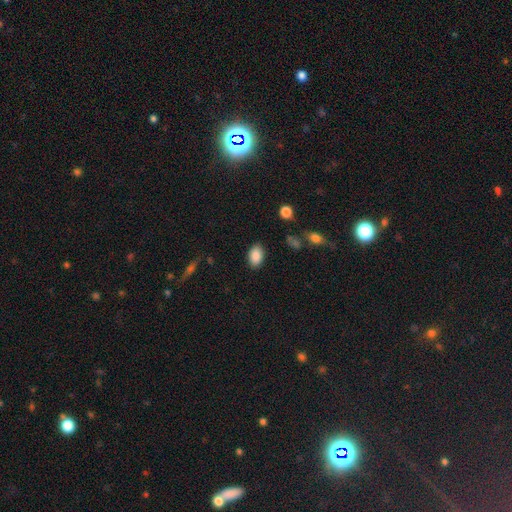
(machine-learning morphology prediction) A smooth galaxy with no disk features (88%) that is in between round and cigar-shaped (90%).

Vote fractions:
- Smooth or featured? smooth: 88% / star or artifact: 7% / featured or disk: 4%
- How rounded? in between: 90% / round: 9% / cigar-shaped: 1%
- Merging? none: 86% / minor disturbance: 10% / major disturbance: 3% / merger: 1%